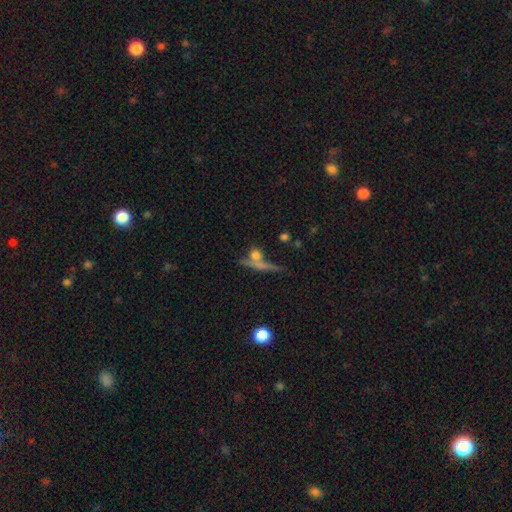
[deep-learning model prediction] smooth_or_featured: smooth (p=0.51) [alt: featured or disk p=0.35]
how_rounded: round (p=0.45) [alt: cigar-shaped p=0.38]
merging: none (p=0.59) [alt: merger p=0.23]